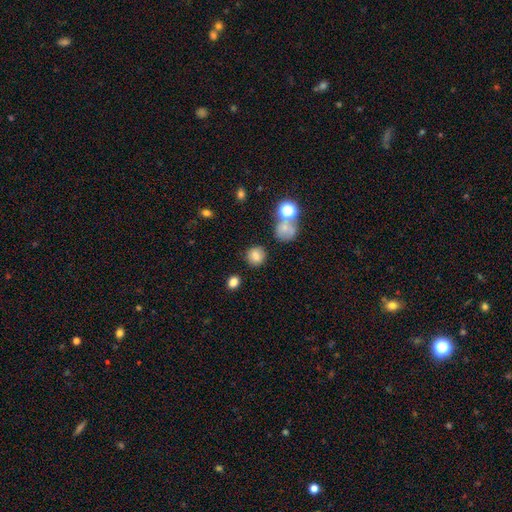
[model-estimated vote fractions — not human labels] The model was most divided on "smooth or featured": smooth: 79%, star or artifact: 13%, featured or disk: 8%. More confident: how rounded — round (83%); merging — none (81%).